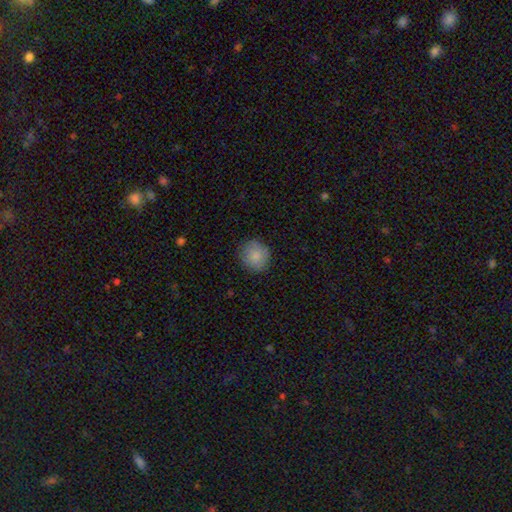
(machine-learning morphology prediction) smooth-or-featured: smooth: 84% | featured or disk: 8% | star or artifact: 7%
  how-rounded: round: 84% | in between: 15% | cigar-shaped: 1%
  merging: none: 84% | minor disturbance: 12% | major disturbance: 3% | merger: 1%